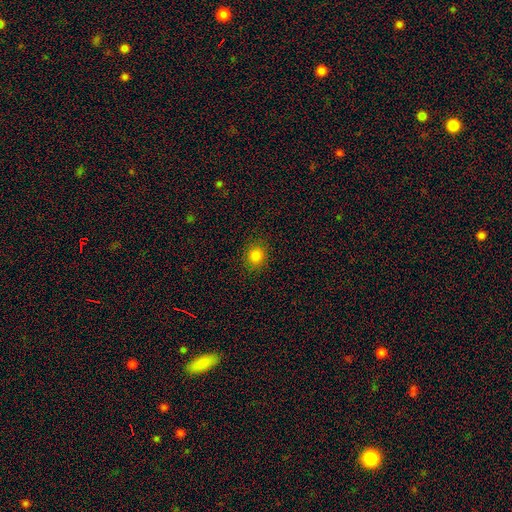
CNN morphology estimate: This appears to be a smooth galaxy with no disk features (83%) that is round (83%). Merging: none (90%).